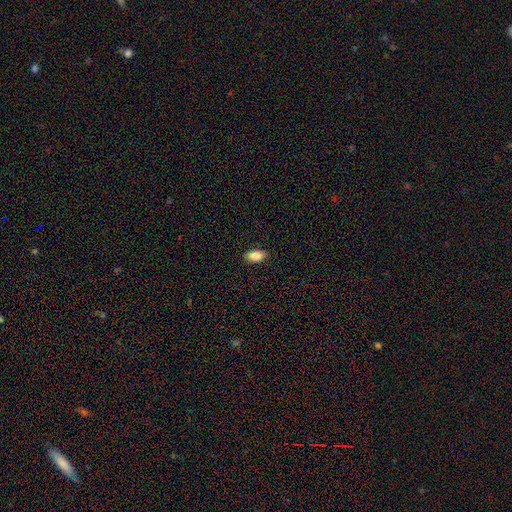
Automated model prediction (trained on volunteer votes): Q: Smooth or featured?
A: smooth (84%); runner-up: featured or disk (8%)
Q: How rounded?
A: in between (91%); runner-up: cigar-shaped (5%)
Q: Merging?
A: none (89%); runner-up: minor disturbance (8%)